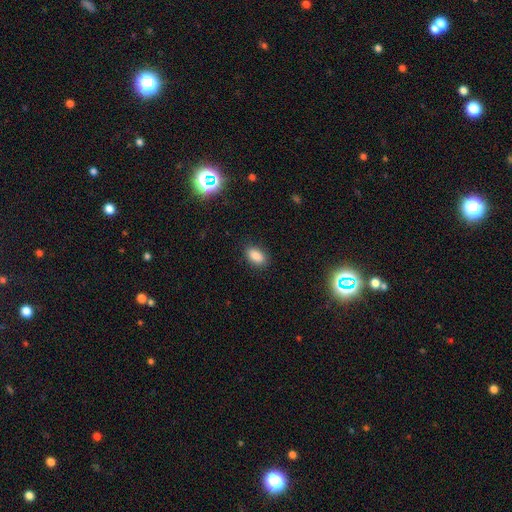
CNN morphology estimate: smooth-or-featured: smooth: 87% | star or artifact: 9% | featured or disk: 4%
  how-rounded: in between: 90% | round: 7% | cigar-shaped: 3%
  merging: none: 86% | minor disturbance: 10% | major disturbance: 3% | merger: 1%